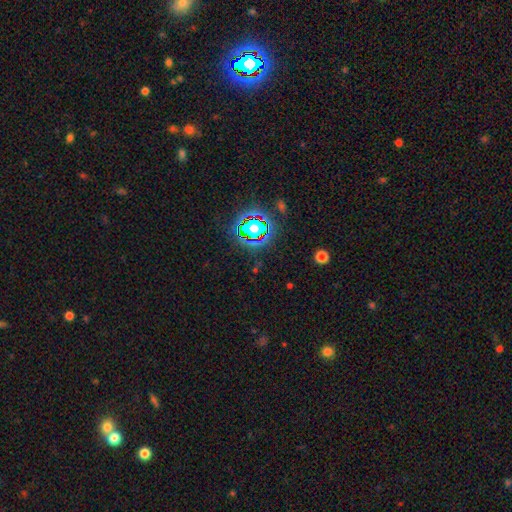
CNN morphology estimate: Smooth or featured: star or artifact — 79% (smooth — 13%)